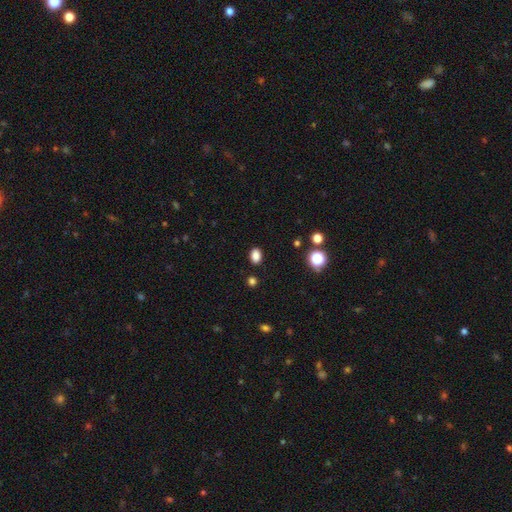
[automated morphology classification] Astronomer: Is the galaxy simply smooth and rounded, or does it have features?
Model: smooth — 85%.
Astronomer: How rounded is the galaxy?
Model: in between — 73%.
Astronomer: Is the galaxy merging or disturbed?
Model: none — 87%.